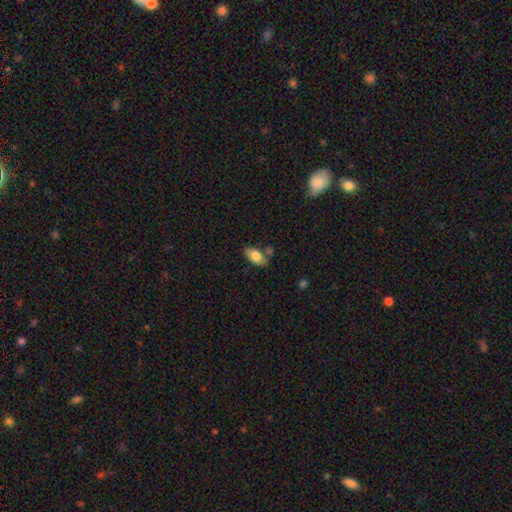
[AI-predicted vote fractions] This appears to be a smooth galaxy with no disk features (79%) that is in between round and cigar-shaped (93%). Merging: none (69%).